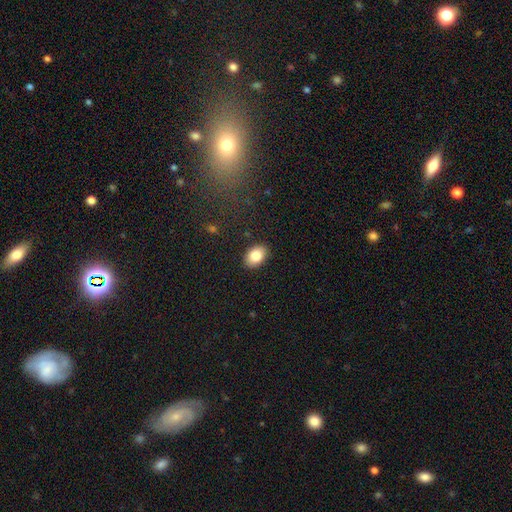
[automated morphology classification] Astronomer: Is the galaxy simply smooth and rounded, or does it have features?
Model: smooth — 84%.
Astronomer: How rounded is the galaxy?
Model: in between — 86%.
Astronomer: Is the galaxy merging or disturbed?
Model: none — 89%.